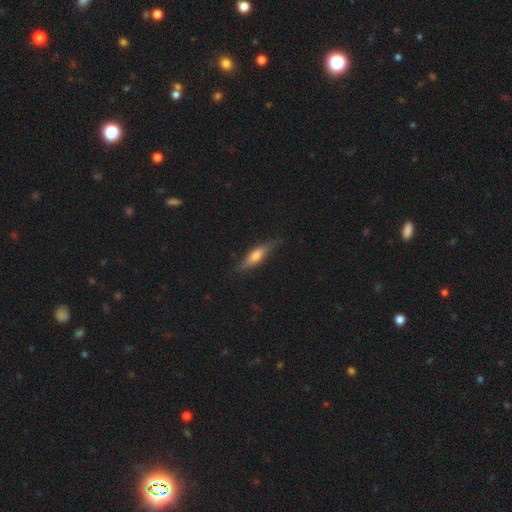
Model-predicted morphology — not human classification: Overall: smooth (54%; featured or disk 40%). How rounded: cigar-shaped (66%; in between 32%). Merging: none (77%).